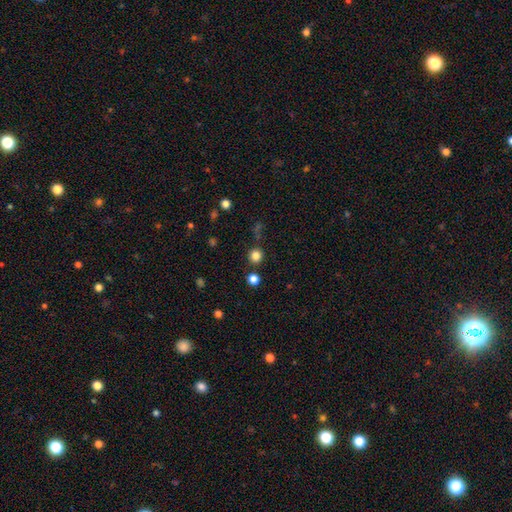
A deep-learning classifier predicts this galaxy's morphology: Smooth or featured: smooth — 81% (star or artifact — 15%)
How rounded: round — 94% (in between — 5%)
Merging: none — 86% (minor disturbance — 7%)